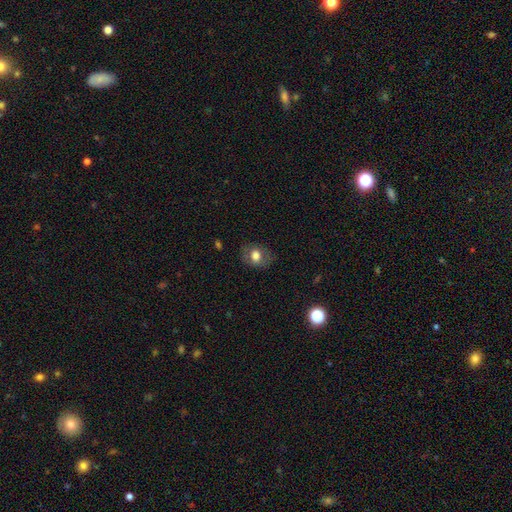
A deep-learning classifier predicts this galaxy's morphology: Q: Smooth or featured?
A: smooth (69%); runner-up: featured or disk (21%)
Q: How rounded?
A: in between (54%); runner-up: round (45%)
Q: Merging?
A: none (77%); runner-up: minor disturbance (16%)